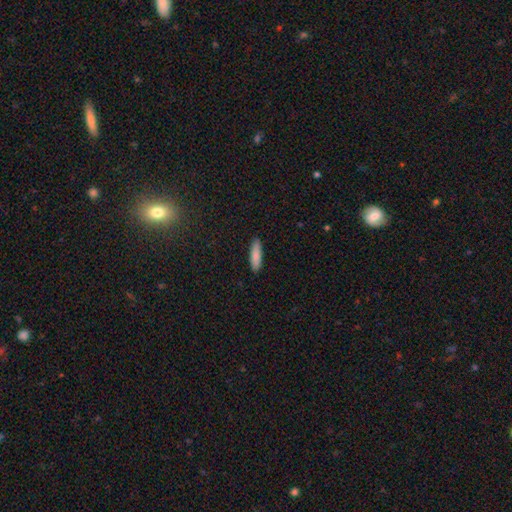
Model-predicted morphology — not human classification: Overall: smooth (86%). How rounded: cigar-shaped (68%; in between 30%). Merging: none (90%).